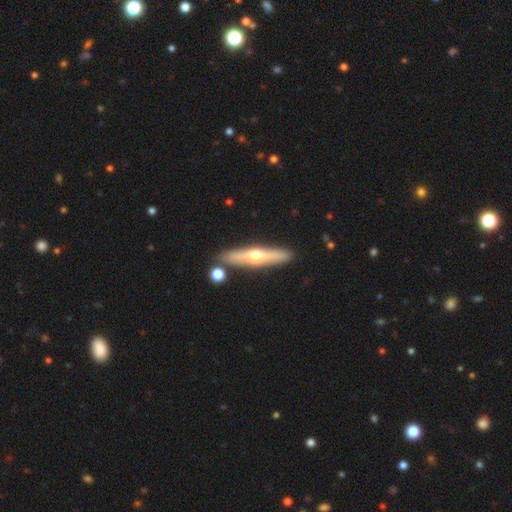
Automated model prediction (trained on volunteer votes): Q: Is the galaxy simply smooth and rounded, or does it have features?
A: featured or disk — 58%.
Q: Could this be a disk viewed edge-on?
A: yes — 92%.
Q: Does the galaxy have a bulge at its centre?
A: rounded — 90%.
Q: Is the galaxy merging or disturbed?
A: none — 84%.